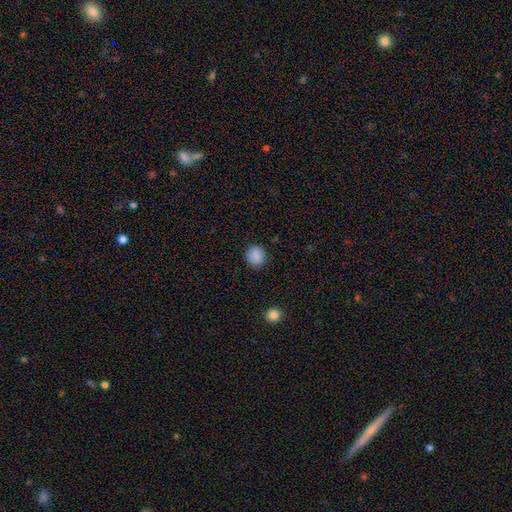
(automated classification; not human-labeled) Smooth or featured? smooth (88%)
How rounded? round (88%)
Merging? none (90%)